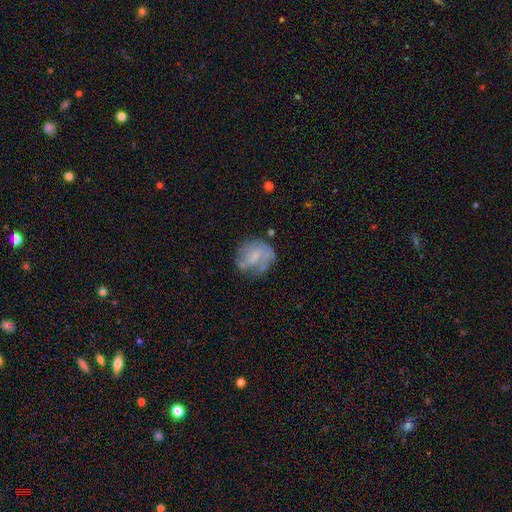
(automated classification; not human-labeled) This appears to be a featured or disk galaxy (62%) with no bar (52%), spiral arms (77%) and a small central bulge (60%). Merging: none (60%).